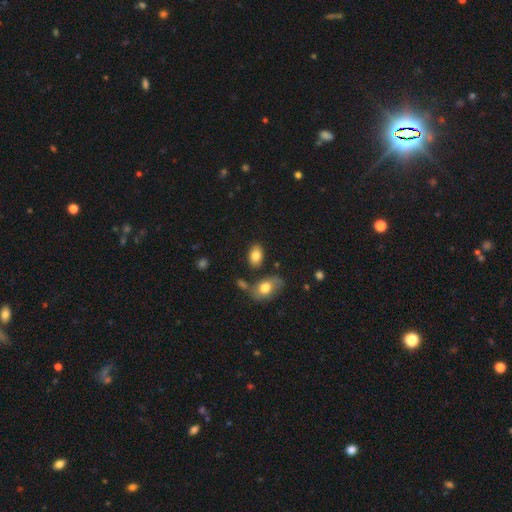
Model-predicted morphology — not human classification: Smooth or featured: smooth — 81% (featured or disk — 11%)
How rounded: in between — 87% (round — 11%)
Merging: none — 77% (minor disturbance — 12%)